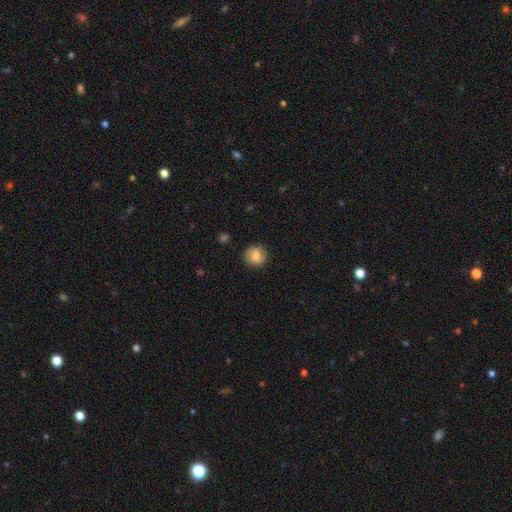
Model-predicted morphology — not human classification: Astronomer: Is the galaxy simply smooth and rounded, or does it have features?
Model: smooth — 79%.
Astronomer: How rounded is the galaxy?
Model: round — 85%.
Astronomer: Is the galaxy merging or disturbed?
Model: none — 85%.